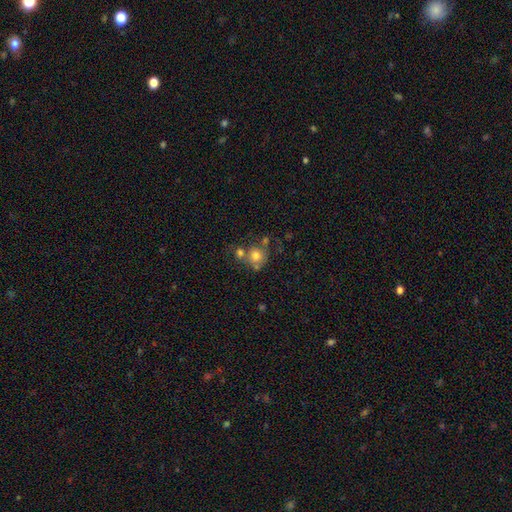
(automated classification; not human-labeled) smooth_or_featured: smooth (p=0.74) [alt: featured or disk p=0.14]
how_rounded: round (p=0.83) [alt: in between p=0.16]
merging: none (p=0.48) [alt: merger p=0.35]